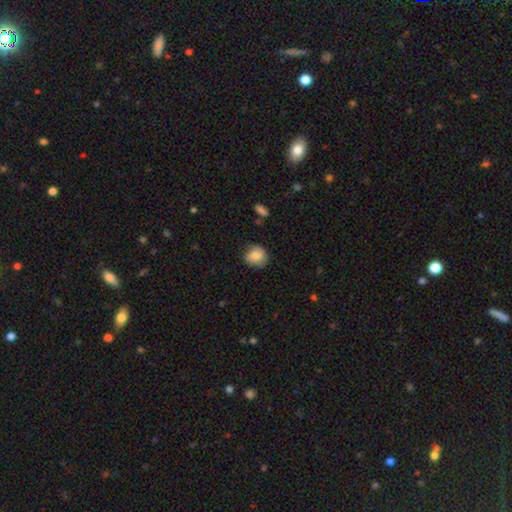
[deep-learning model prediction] Smooth or featured?
  - smooth: 81% *
  - featured or disk: 12%
  - star or artifact: 8%
How rounded?
  - round: 72% *
  - in between: 27%
  - cigar-shaped: 1%
Merging?
  - none: 70% *
  - minor disturbance: 23%
  - major disturbance: 6%
  - merger: 2%